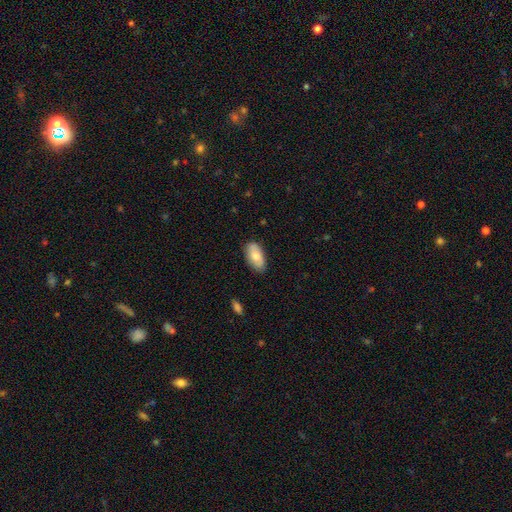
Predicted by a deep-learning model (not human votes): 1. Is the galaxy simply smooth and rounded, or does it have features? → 76% smooth, 18% featured or disk, 6% star or artifact.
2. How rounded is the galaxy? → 93% in between, 4% cigar-shaped, 3% round.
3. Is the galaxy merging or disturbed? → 82% none, 14% minor disturbance, 2% major disturbance, 1% merger.